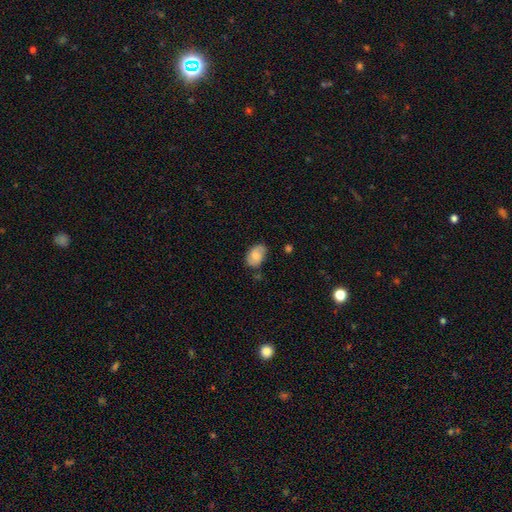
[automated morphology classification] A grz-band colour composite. It shows a smooth galaxy with no disk features (68%) that is in between round and cigar-shaped (84%). Merging: none (68%).